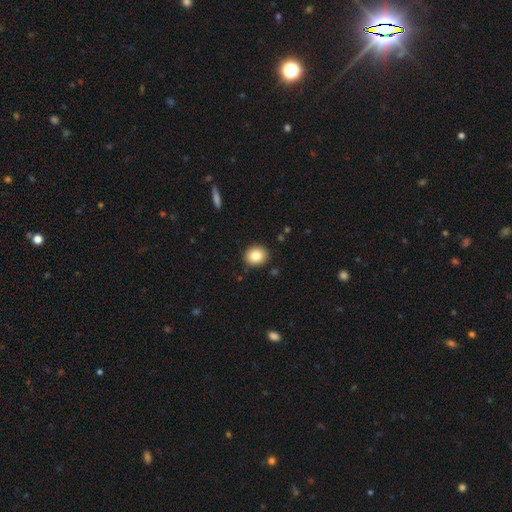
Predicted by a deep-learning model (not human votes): Smooth or featured? Predicted: smooth (p=0.85). How rounded? Predicted: round (p=0.75). Merging? Predicted: none (p=0.89).